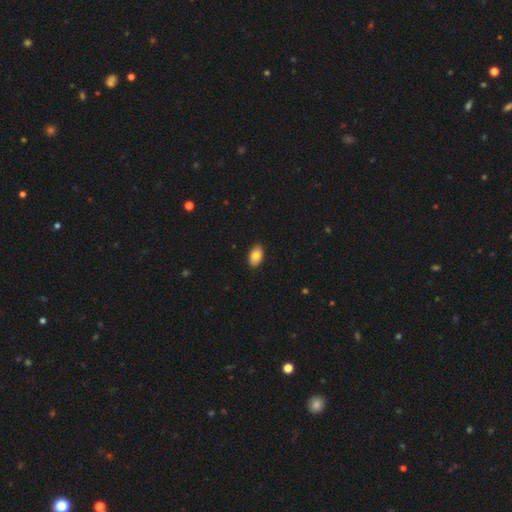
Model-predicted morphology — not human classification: Overall: smooth (83%). How rounded: in between (93%). Merging: none (89%).